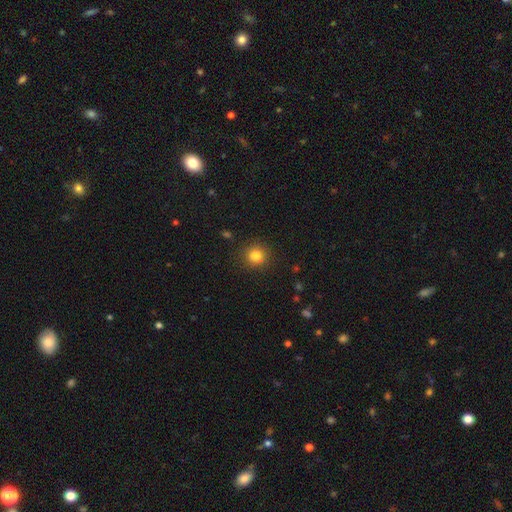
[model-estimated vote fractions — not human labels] Overall: smooth (82%). How rounded: round (91%). Merging: none (90%).